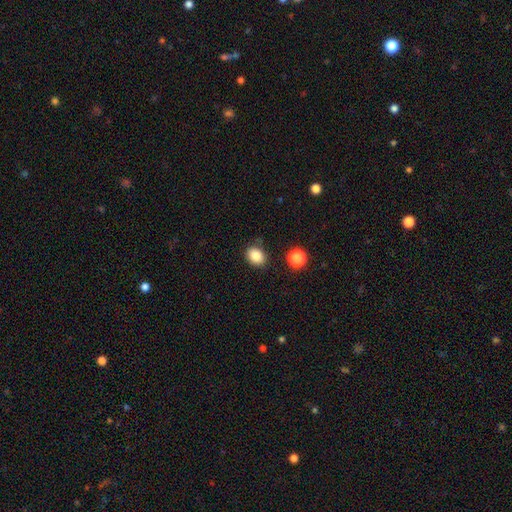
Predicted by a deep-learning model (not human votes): A smooth galaxy with no disk features (85%) that is in between round and cigar-shaped (57%).

Vote fractions:
- Smooth or featured? smooth: 85% / star or artifact: 10% / featured or disk: 5%
- How rounded? in between: 57% / round: 42% / cigar-shaped: 1%
- Merging? none: 82% / minor disturbance: 11% / merger: 3% / major disturbance: 3%